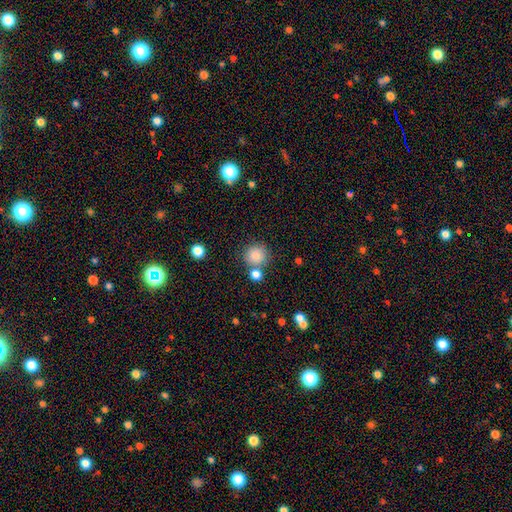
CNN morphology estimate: This appears to be a smooth galaxy with no disk features (84%) that is round (91%). Merging: none (73%).